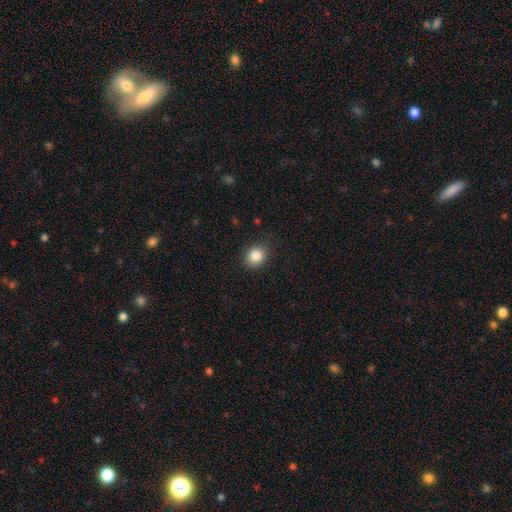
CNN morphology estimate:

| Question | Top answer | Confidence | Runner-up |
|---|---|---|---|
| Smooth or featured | smooth | 85% | star or artifact (10%) |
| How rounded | round | 70% | in between (29%) |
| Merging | none | 83% | minor disturbance (13%) |